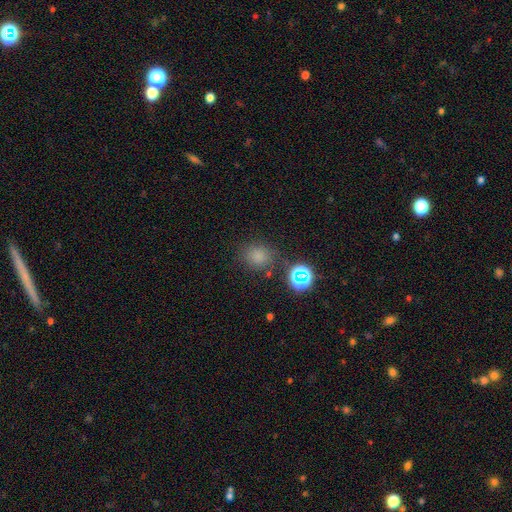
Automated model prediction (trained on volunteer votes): Overall: smooth (72%). How rounded: round (78%). Merging: none (79%).